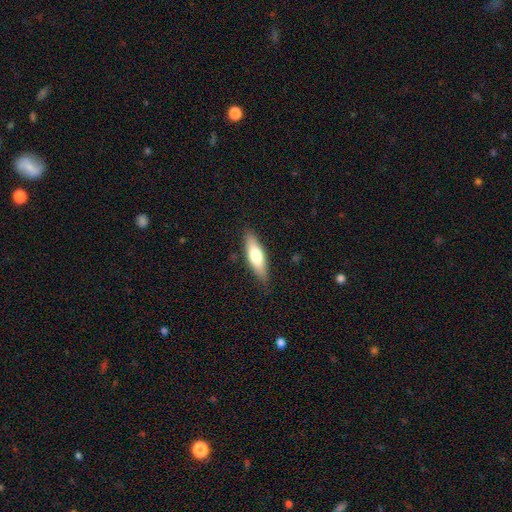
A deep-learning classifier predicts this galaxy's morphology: This is likely a smooth galaxy (66%). How rounded: possibly cigar-shaped (52%). Merging: clearly none (85%).